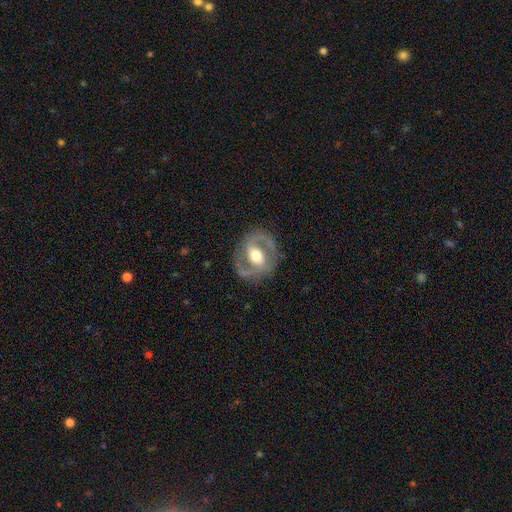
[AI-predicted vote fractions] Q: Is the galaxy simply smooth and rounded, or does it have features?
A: featured or disk — 84%.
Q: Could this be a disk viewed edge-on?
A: no — 97%.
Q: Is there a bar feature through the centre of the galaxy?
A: weak — 42%.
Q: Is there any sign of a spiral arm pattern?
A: yes — 90%.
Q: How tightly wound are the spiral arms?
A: medium — 58%.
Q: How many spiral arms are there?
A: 2 — 91%.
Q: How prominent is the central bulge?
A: moderate — 67%.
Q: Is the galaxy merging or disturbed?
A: none — 82%.